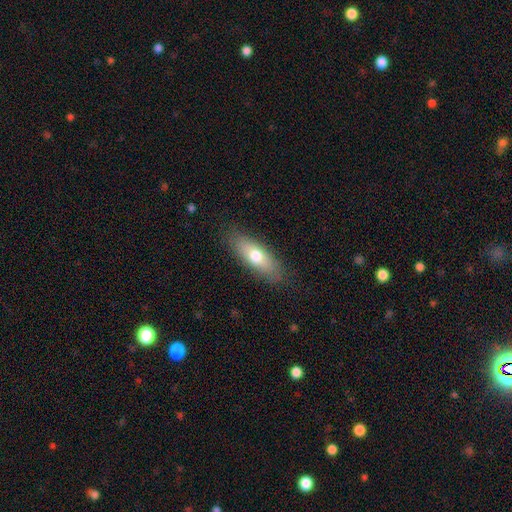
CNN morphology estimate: Smooth or featured? Predicted: smooth (p=0.69). How rounded? Predicted: in between (p=0.62). Merging? Predicted: none (p=0.84).